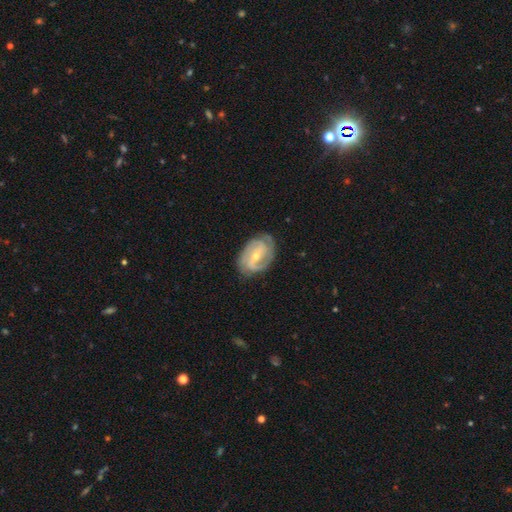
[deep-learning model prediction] Smooth or featured?
  - featured or disk: 87% *
  - smooth: 8%
  - star or artifact: 4%
Edge-on disk?
  - no: 97% *
  - yes: 3%
Bar?
  - weak: 44% *
  - no: 29%
  - strong: 28%
Spiral arms?
  - yes: 96% *
  - no: 4%
Spiral winding?
  - tight: 51% *
  - medium: 38%
  - loose: 10%
Spiral arm count?
  - 2: 54% *
  - 3: 23%
  - can't tell: 12%
  - 4: 4%
  - 1: 4%
  - more than 4: 3%
Bulge size?
  - small: 56% *
  - moderate: 41%
  - large: 1%
  - none: 1%
  - dominant: 1%
Merging?
  - none: 76% *
  - minor disturbance: 18%
  - major disturbance: 5%
  - merger: 1%